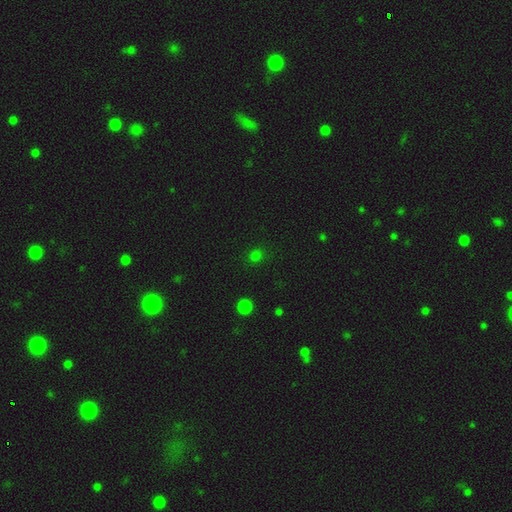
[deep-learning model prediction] A smooth galaxy with no disk features (72%) that is round (83%).

Vote fractions:
- Smooth or featured? smooth: 72% / star or artifact: 24% / featured or disk: 4%
- How rounded? round: 83% / in between: 16% / cigar-shaped: 1%
- Merging? none: 88% / minor disturbance: 8% / major disturbance: 3% / merger: 2%